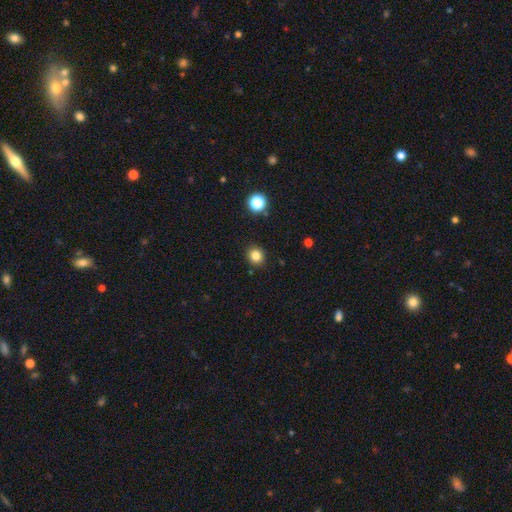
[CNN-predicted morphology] smooth 83%, star or artifact 12%, featured or disk 5%. Down the decision tree: how rounded — round (83%); merging — none (90%).